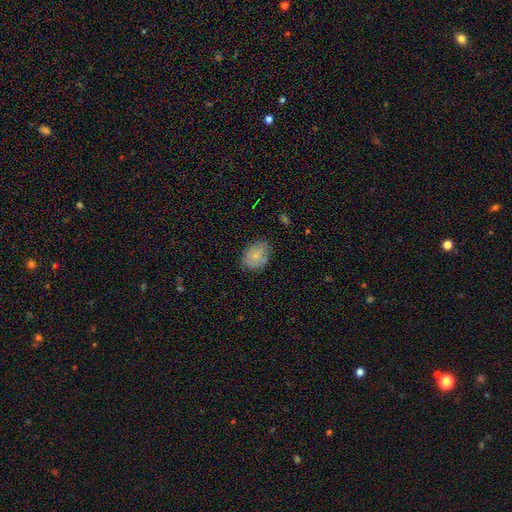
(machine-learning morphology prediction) Smooth or featured?
  - smooth: 66% *
  - featured or disk: 25%
  - star or artifact: 9%
How rounded?
  - in between: 59% *
  - round: 39%
  - cigar-shaped: 1%
Merging?
  - none: 74% *
  - minor disturbance: 19%
  - major disturbance: 5%
  - merger: 1%